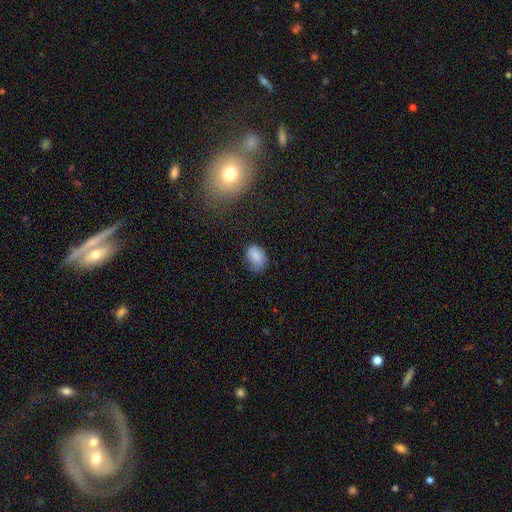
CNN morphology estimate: Smooth or featured: smooth — 83% (star or artifact — 9%)
How rounded: in between — 77% (round — 22%)
Merging: none — 60% (minor disturbance — 31%)